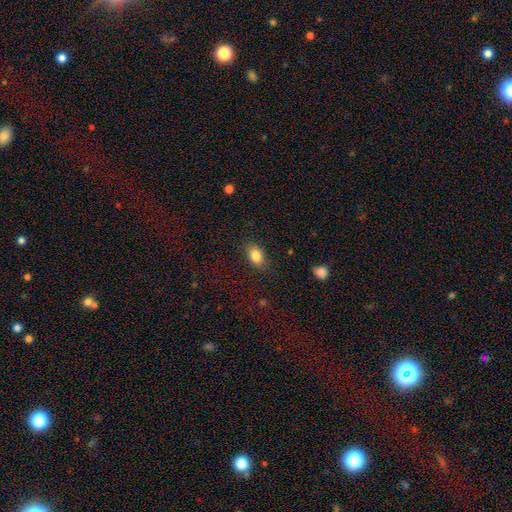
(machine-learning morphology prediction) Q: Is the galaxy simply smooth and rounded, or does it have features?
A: smooth — 84%.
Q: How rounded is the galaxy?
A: in between — 84%.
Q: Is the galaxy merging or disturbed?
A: none — 84%.